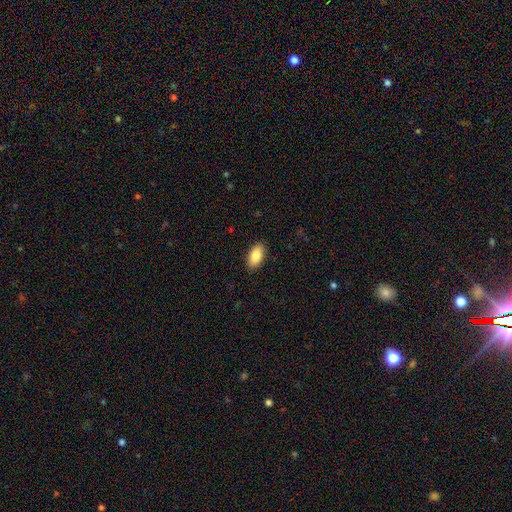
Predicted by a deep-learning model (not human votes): Smooth or featured? smooth (85%)
How rounded? in between (94%)
Merging? none (89%)